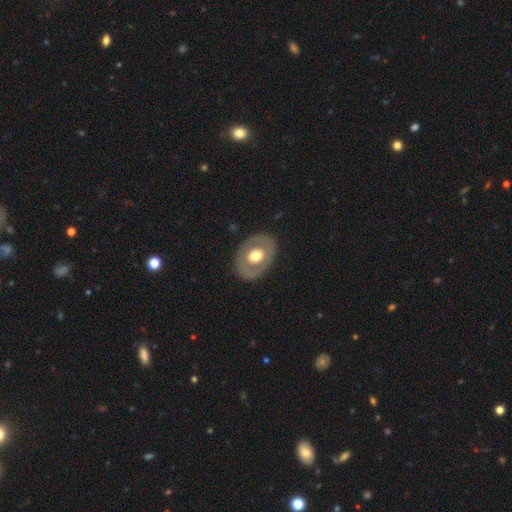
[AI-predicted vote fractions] The model was most divided on "smooth or featured": featured or disk: 48%, smooth: 46%, star or artifact: 6%. More confident: merging — none (83%).